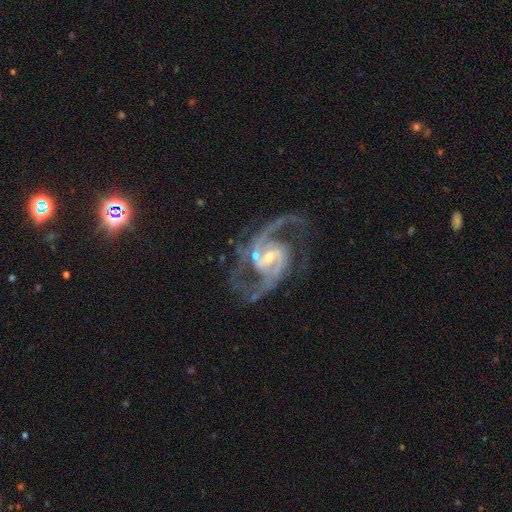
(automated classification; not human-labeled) This is clearly a featured or disk galaxy (93%). It is clearly not viewed edge-on (98%). Bar: possibly weak (52%). Spiral arm pattern: clearly yes (98%). Spiral arm count: likely 2 (75%). Spiral winding: possibly medium (59%). Central bulge: possibly small (48%). Merging: possibly none (58%).